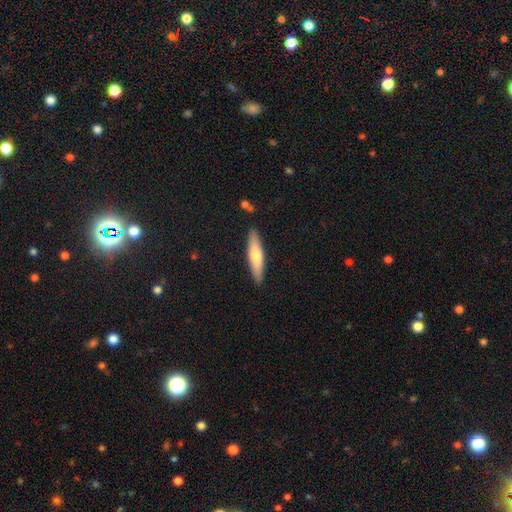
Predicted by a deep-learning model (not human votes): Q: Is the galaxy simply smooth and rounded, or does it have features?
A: smooth — 60%.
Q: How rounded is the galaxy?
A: cigar-shaped — 82%.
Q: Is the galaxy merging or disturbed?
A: none — 89%.